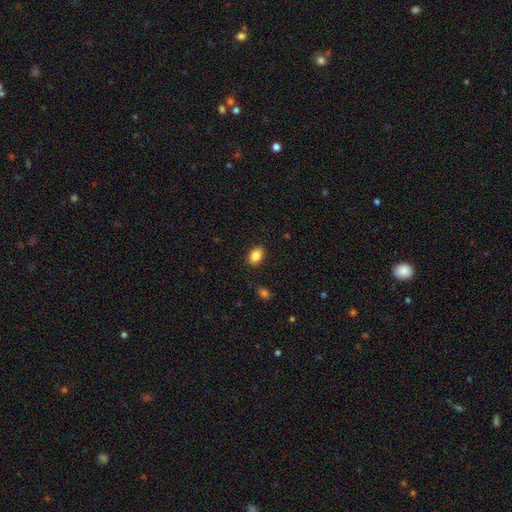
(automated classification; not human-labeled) Overall: smooth (87%). How rounded: in between (82%). Merging: none (89%).